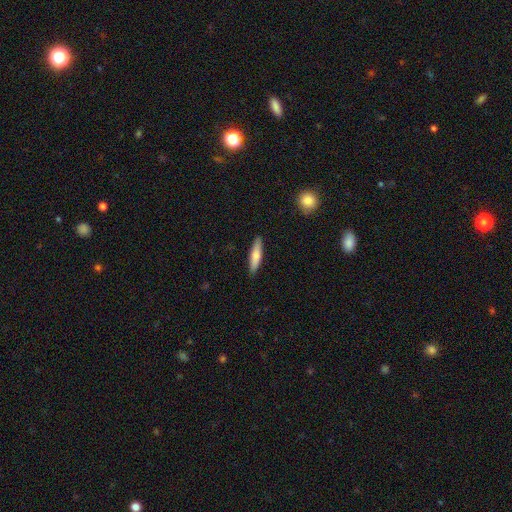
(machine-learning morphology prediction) smooth 67%, featured or disk 27%, star or artifact 6%. Down the decision tree: how rounded — cigar-shaped (77%); merging — none (89%).